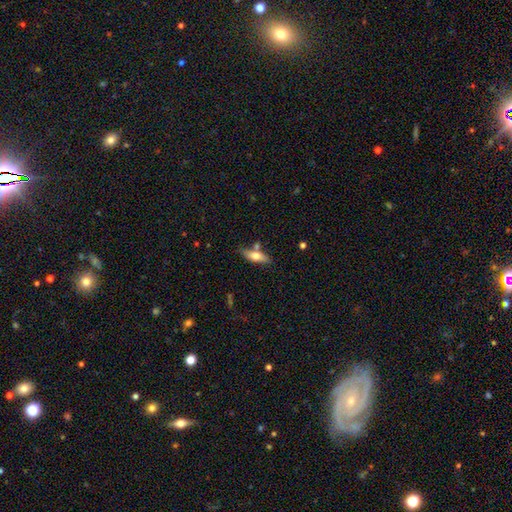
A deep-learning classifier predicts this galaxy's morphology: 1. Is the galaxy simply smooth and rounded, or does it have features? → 59% smooth, 34% featured or disk, 7% star or artifact.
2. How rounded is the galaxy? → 54% in between, 43% cigar-shaped, 3% round.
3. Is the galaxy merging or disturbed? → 69% none, 16% minor disturbance, 11% merger, 4% major disturbance.